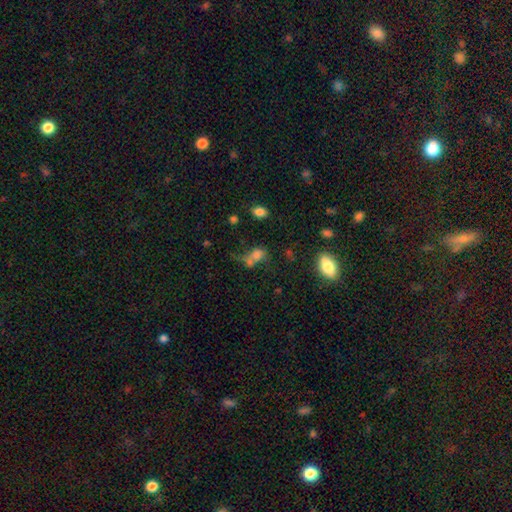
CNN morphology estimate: type=smooth (69%); roundness=in between (64%); merging=merger (42%).